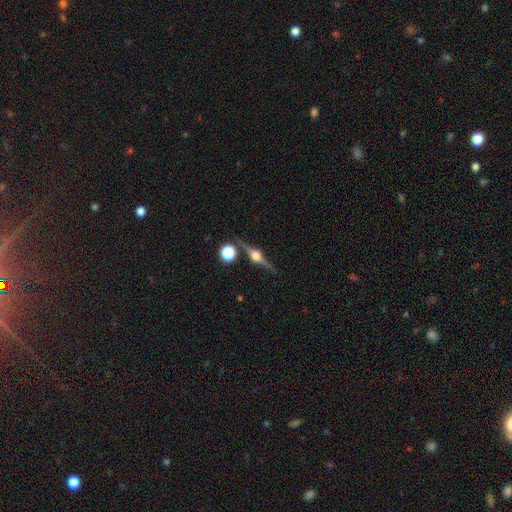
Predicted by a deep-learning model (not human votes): The model was most divided on "smooth or featured": featured or disk: 85%, smooth: 8%, star or artifact: 7%. More confident: edge-on disk — yes (97%); edge-on bulge — rounded (95%); merging — none (86%).